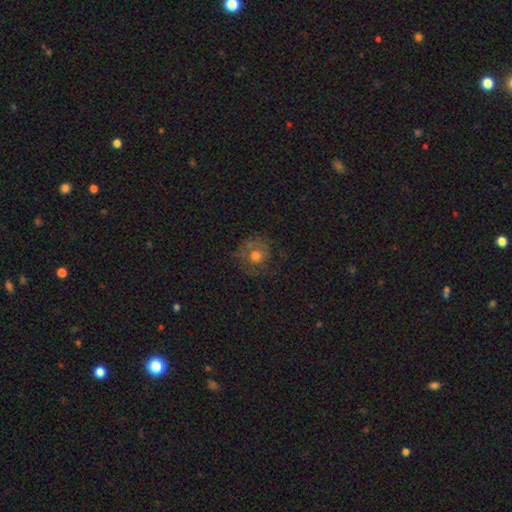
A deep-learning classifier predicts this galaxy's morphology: Smooth or featured: smooth — 50% (featured or disk — 38%)
How rounded: round — 85% (in between — 14%)
Merging: none — 59% (minor disturbance — 20%)